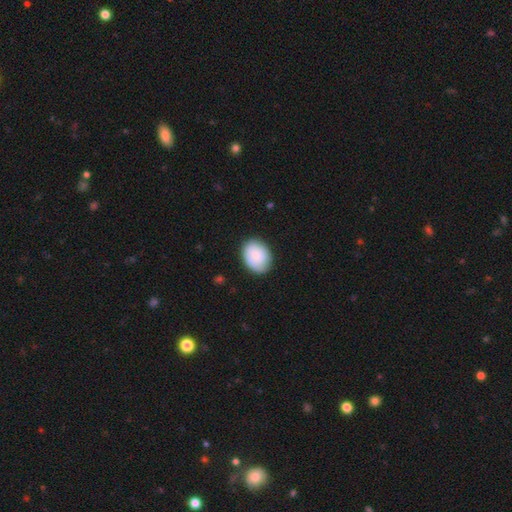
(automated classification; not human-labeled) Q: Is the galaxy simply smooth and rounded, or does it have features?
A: smooth — 73%.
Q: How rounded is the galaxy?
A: in between — 63%.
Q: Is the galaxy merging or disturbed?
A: none — 80%.